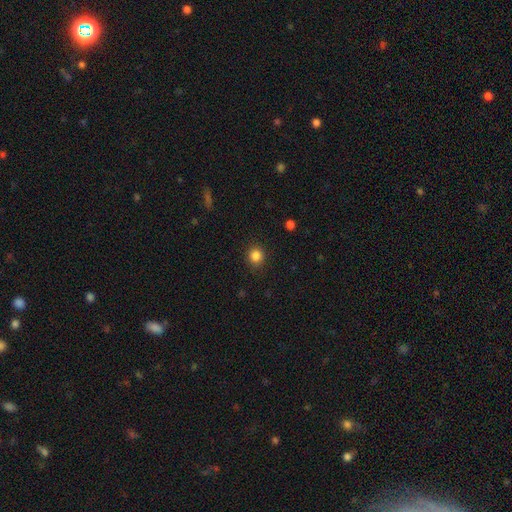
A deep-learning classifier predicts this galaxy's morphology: This appears to be a smooth galaxy with no disk features (85%) that is round (89%). Merging: none (90%).